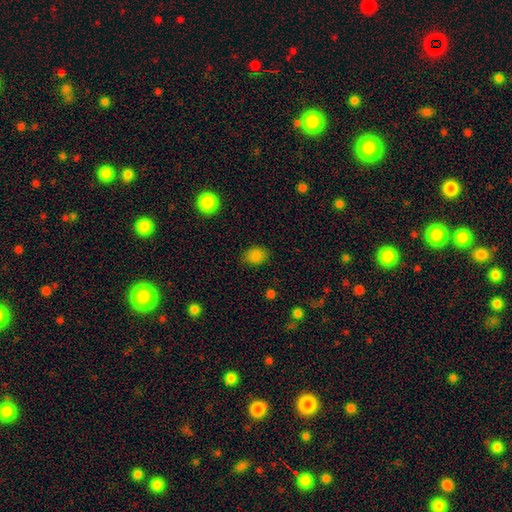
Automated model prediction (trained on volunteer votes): Smooth or featured? smooth (84%)
How rounded? in between (62%)
Merging? none (79%)